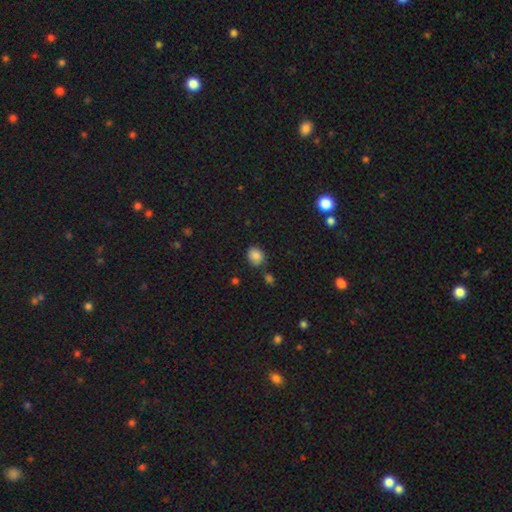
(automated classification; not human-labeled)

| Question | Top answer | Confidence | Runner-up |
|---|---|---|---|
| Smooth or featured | smooth | 83% | star or artifact (11%) |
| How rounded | round | 63% | in between (36%) |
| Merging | none | 75% | minor disturbance (15%) |